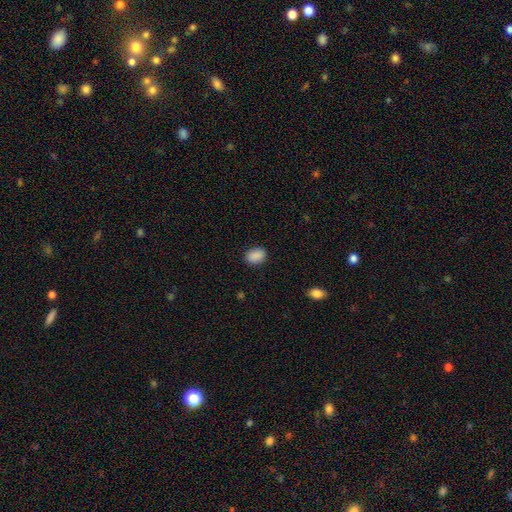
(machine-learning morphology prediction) Smooth or featured: smooth — 89% (star or artifact — 8%)
How rounded: in between — 73% (round — 26%)
Merging: none — 88% (minor disturbance — 9%)